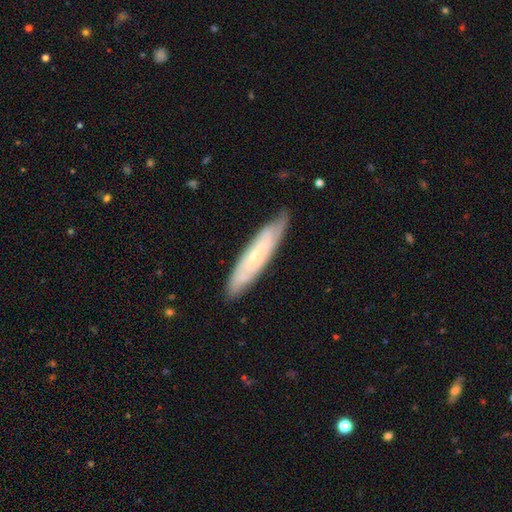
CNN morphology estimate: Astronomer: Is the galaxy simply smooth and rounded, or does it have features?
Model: featured or disk — 61%.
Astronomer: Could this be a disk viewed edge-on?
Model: no — 58% (runner-up: yes, 42%).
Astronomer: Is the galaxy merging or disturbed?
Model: none — 82%.